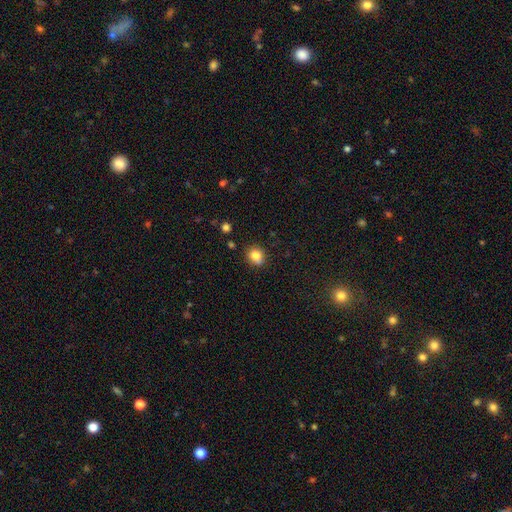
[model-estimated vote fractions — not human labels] A smooth galaxy with no disk features (82%) that is round (70%). Merging: none (77%).